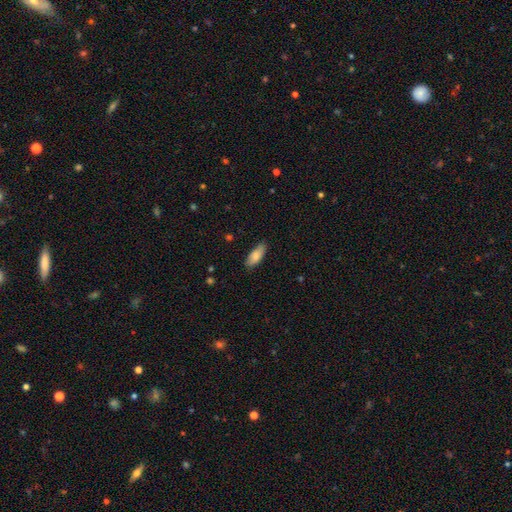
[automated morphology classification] type=smooth (82%); roundness=in between (74%); merging=none (83%).